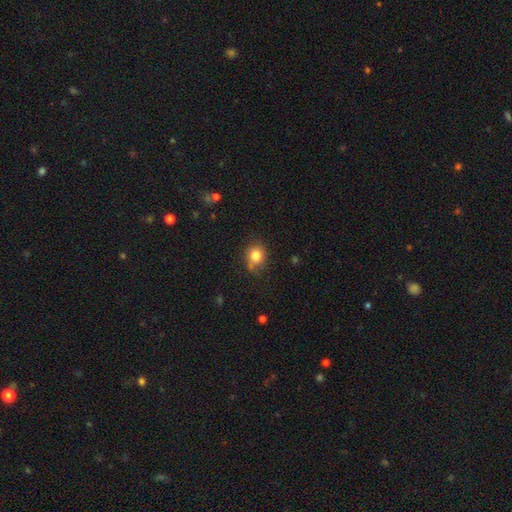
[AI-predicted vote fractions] smooth_or_featured: smooth (p=0.82) [alt: star or artifact p=0.11]
how_rounded: round (p=0.74) [alt: in between p=0.25]
merging: none (p=0.73) [alt: minor disturbance p=0.18]